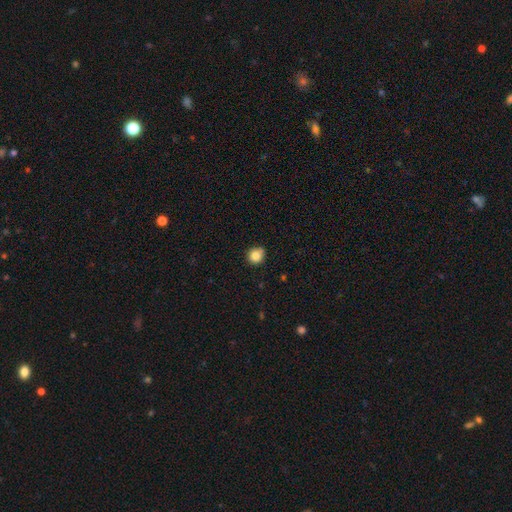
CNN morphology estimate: A smooth galaxy with no disk features (84%) that is round (90%). Merging: none (78%).